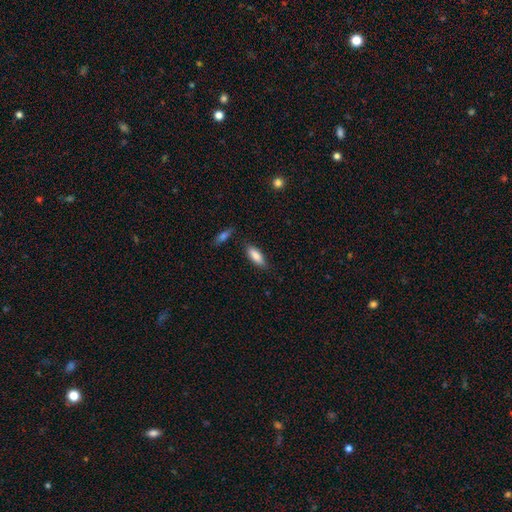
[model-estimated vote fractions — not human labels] Morphology: type=smooth (85%); roundness=in between (72%); merging=none (80%).